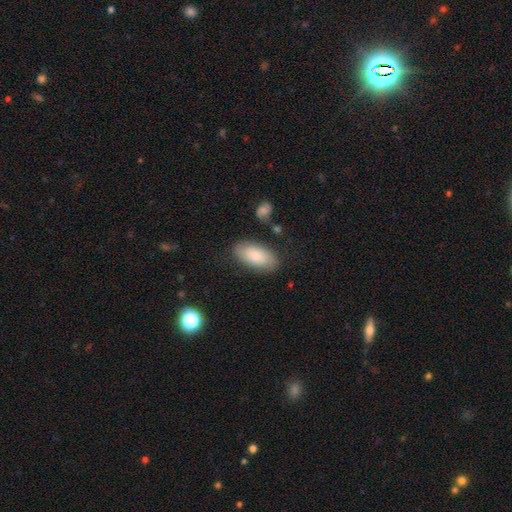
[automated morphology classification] smooth 78%, featured or disk 16%, star or artifact 6%. Down the decision tree: how rounded — in between (92%); merging — none (80%).